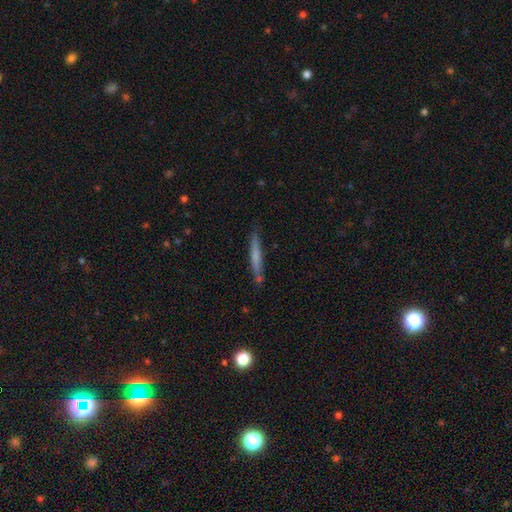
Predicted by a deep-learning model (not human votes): Q: Smooth or featured?
A: smooth (60%); runner-up: featured or disk (33%)
Q: How rounded?
A: cigar-shaped (95%); runner-up: in between (3%)
Q: Merging?
A: none (81%); runner-up: minor disturbance (13%)